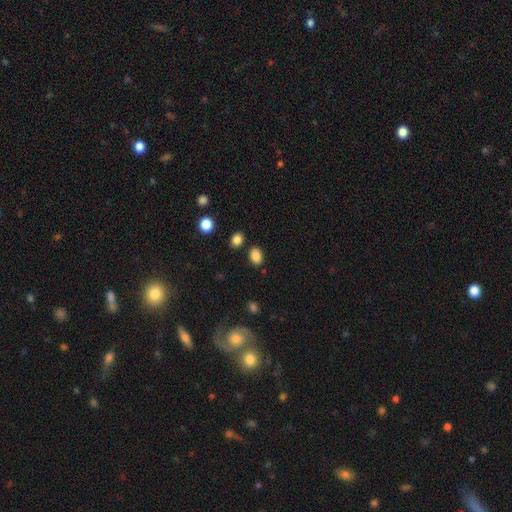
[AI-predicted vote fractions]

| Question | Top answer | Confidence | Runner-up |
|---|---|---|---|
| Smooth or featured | smooth | 86% | star or artifact (10%) |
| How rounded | in between | 69% | round (30%) |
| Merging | none | 82% | minor disturbance (10%) |